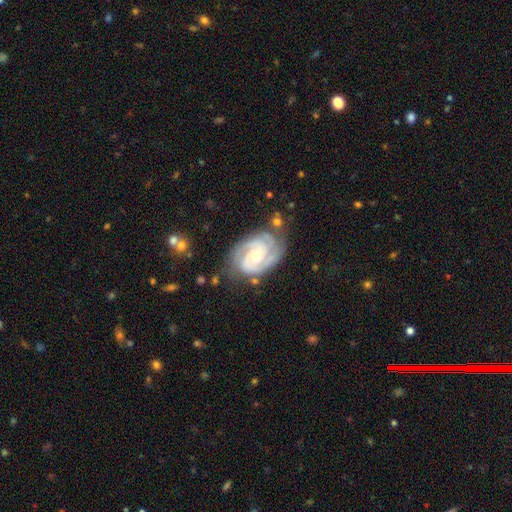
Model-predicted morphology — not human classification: This appears to be a featured or disk galaxy (90%) with no bar (58%), 2 (51%) tight (67%) spiral arms (98%) and a small central bulge (52%). Merging: none (71%).